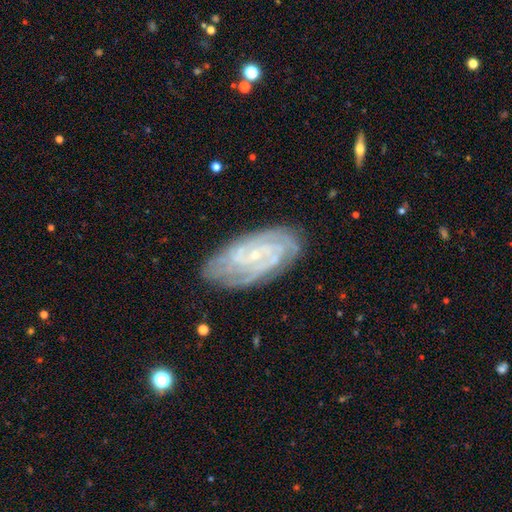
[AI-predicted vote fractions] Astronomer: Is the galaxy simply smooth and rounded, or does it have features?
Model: featured or disk — 81%.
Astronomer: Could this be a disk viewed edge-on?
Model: no — 93%.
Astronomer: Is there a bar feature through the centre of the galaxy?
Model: no — 54% (runner-up: weak, 34%).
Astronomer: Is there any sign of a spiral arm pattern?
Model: yes — 96%.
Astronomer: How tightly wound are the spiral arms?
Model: tight — 69%.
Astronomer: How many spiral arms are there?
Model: can't tell — 29% (runner-up: 2, 19%).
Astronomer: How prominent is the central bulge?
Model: small — 83%.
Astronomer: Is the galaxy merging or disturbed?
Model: none — 81%.